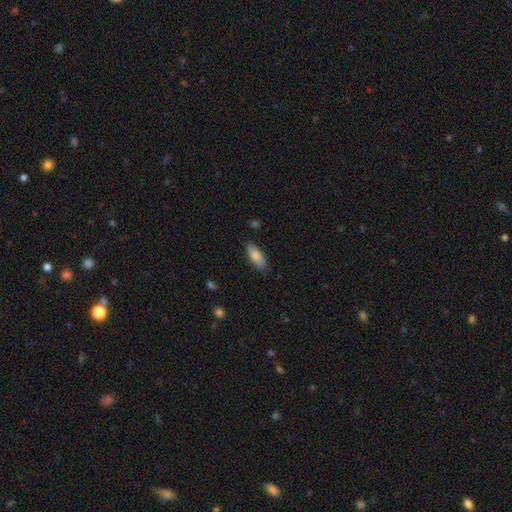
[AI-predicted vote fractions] A smooth galaxy with no disk features (83%) that is in between round and cigar-shaped (77%). Merging: none (80%).